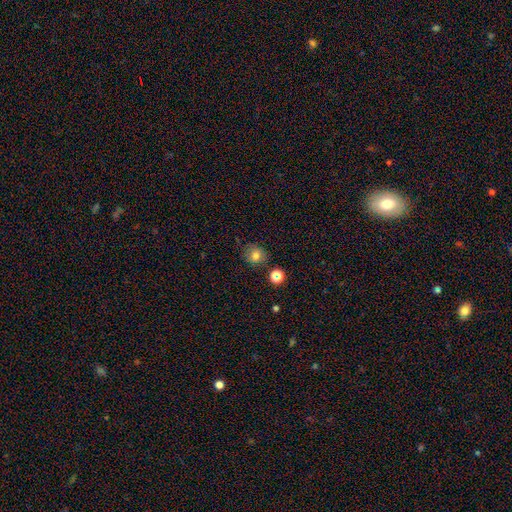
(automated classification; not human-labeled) Q: Smooth or featured?
A: smooth (75%); runner-up: star or artifact (16%)
Q: How rounded?
A: round (82%); runner-up: in between (17%)
Q: Merging?
A: none (78%); runner-up: minor disturbance (13%)